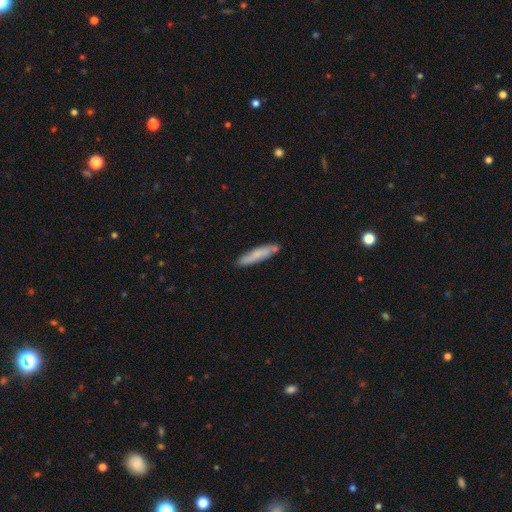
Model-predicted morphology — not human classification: A smooth galaxy with no disk features (70%) that is cigar-shaped (87%).

Vote fractions:
- Smooth or featured? smooth: 70% / featured or disk: 24% / star or artifact: 6%
- How rounded? cigar-shaped: 87% / in between: 12% / round: 1%
- Merging? none: 79% / minor disturbance: 14% / merger: 5% / major disturbance: 2%